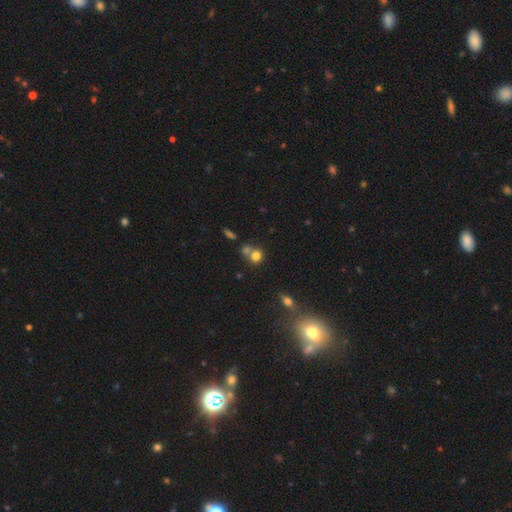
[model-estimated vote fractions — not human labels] This is likely a smooth galaxy (75%). How rounded: likely round (79%). Merging: marginally none (44%).